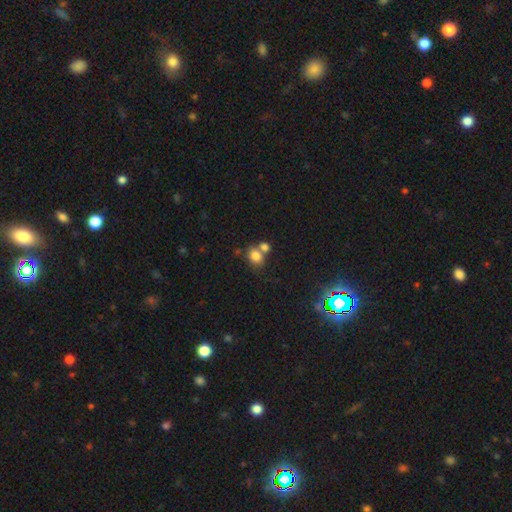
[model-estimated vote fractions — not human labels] The model was most divided on "merging": merger: 45%, none: 41%, minor disturbance: 10%, major disturbance: 4%. More confident: smooth or featured — smooth (80%); how rounded — in between (54%).